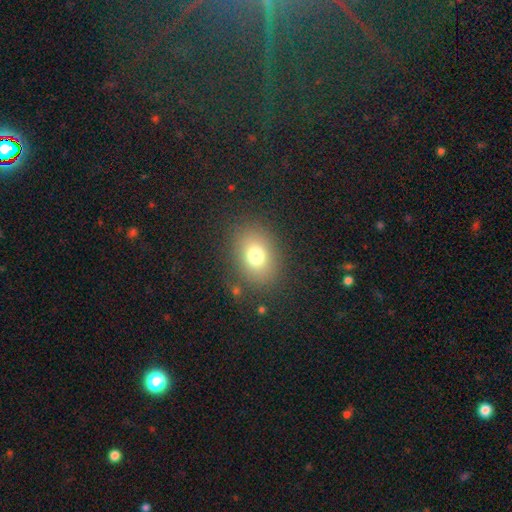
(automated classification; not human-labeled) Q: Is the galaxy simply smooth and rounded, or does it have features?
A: smooth — 75%.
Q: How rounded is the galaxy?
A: in between — 61%.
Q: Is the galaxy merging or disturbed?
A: none — 82%.